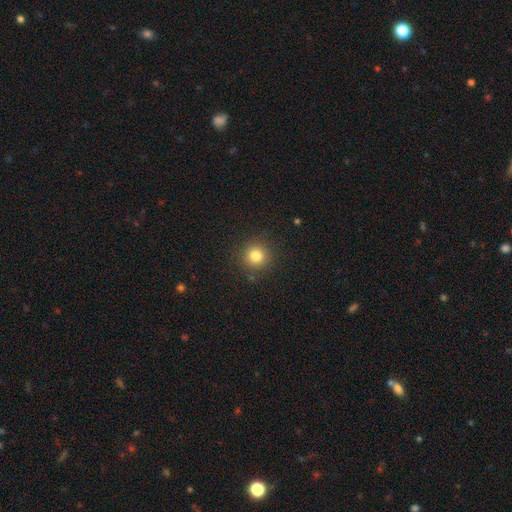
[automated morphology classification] A smooth galaxy with no disk features (81%) that is round (94%). Merging: none (89%).